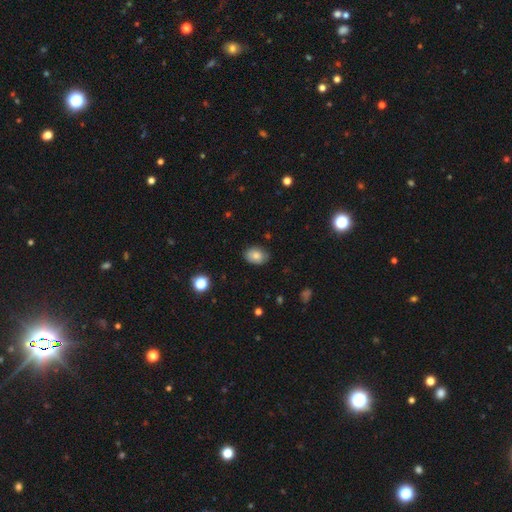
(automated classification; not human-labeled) Morphology: type=smooth (81%); roundness=in between (72%); merging=none (82%).